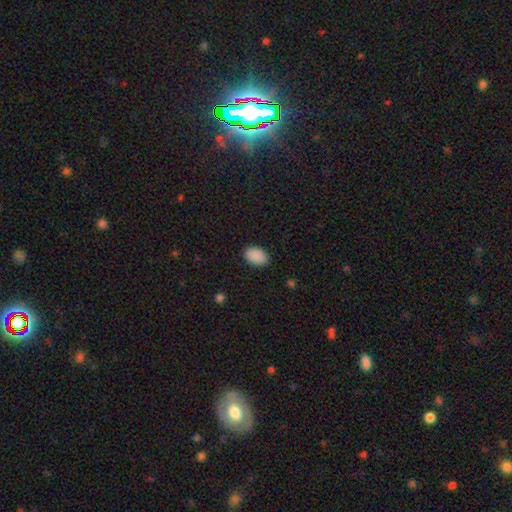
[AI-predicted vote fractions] Morphology: type=smooth (90%); roundness=in between (92%); merging=none (88%).